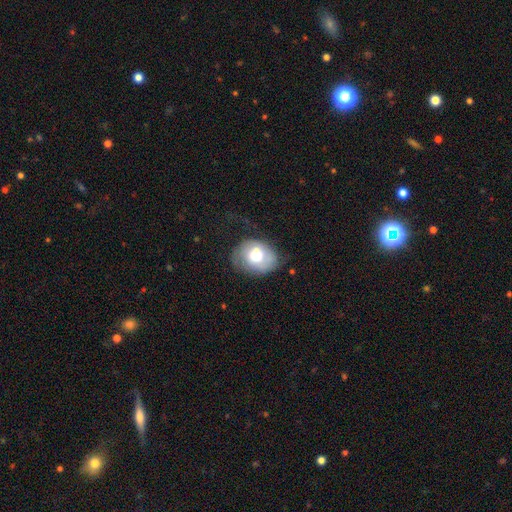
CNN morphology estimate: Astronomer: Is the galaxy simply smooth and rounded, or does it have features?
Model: smooth — 62%.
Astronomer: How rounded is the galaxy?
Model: in between — 55% (runner-up: round, 44%).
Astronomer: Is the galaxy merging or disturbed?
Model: none — 41% (runner-up: minor disturbance, 30%).